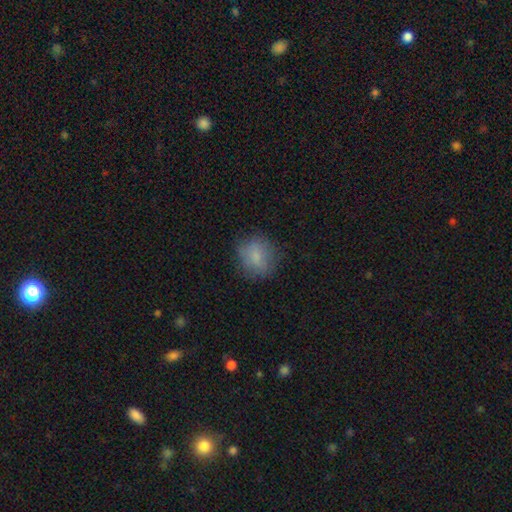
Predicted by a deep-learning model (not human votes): Overall: smooth (79%). How rounded: round (77%). Merging: none (76%).